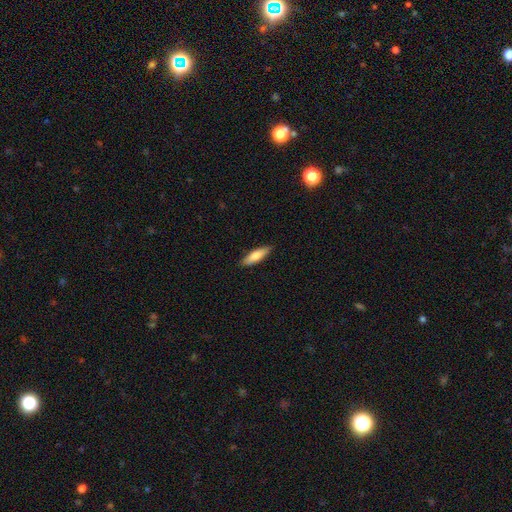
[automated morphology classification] This is likely a smooth galaxy (76%). How rounded: possibly cigar-shaped (60%). Merging: clearly none (88%).